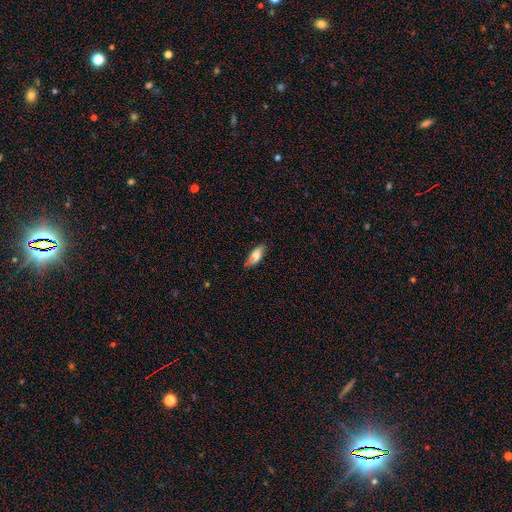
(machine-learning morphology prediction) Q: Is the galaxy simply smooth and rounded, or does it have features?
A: smooth — 78%.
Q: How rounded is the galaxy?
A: in between — 74%.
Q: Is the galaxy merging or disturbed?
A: none — 70%.